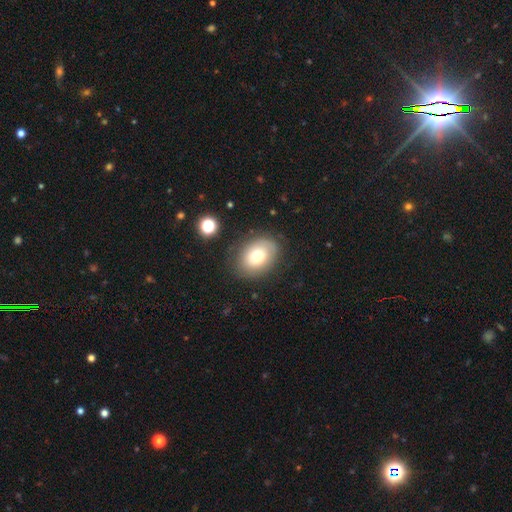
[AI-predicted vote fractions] smooth_or_featured: smooth (p=0.71) [alt: featured or disk p=0.19]
how_rounded: in between (p=0.66) [alt: round p=0.33]
merging: none (p=0.79) [alt: minor disturbance p=0.14]